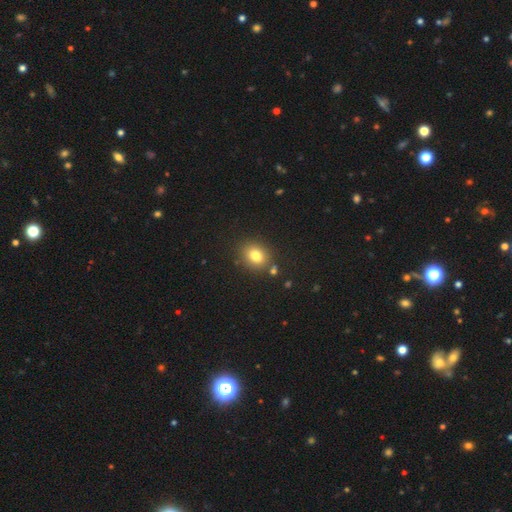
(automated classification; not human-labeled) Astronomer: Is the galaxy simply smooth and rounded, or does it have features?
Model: smooth — 80%.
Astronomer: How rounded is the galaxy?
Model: round — 55% (runner-up: in between, 44%).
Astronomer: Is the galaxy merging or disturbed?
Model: none — 81%.